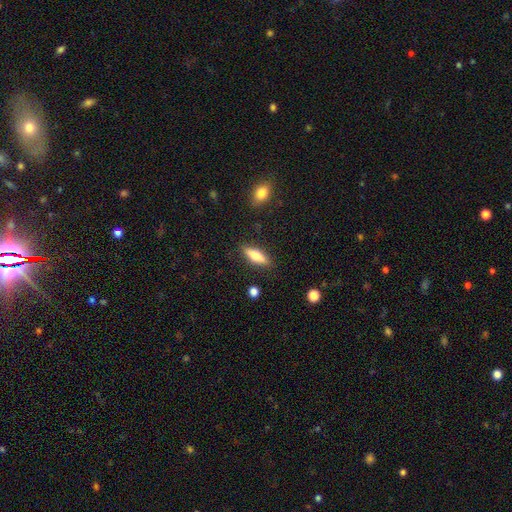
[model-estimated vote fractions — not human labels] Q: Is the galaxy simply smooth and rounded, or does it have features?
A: smooth — 69%.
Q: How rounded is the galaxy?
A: cigar-shaped — 51%.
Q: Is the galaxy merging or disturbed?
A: none — 86%.